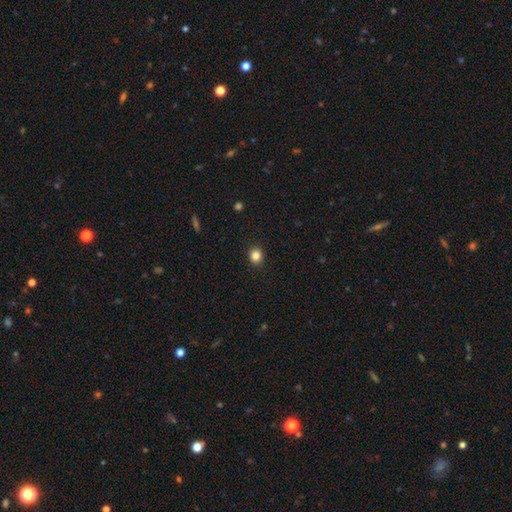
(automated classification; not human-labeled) The model was most divided on "how rounded": round: 72%, in between: 27%, cigar-shaped: 1%. More confident: merging — none (91%); smooth or featured — smooth (84%).